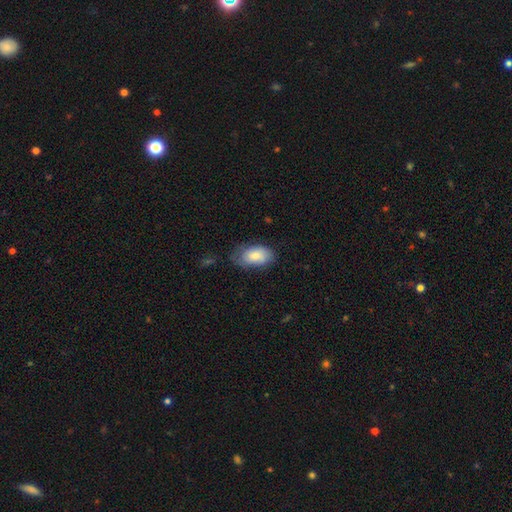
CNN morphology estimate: smooth 81%, featured or disk 13%, star or artifact 6%. Down the decision tree: how rounded — in between (91%); merging — none (62%).